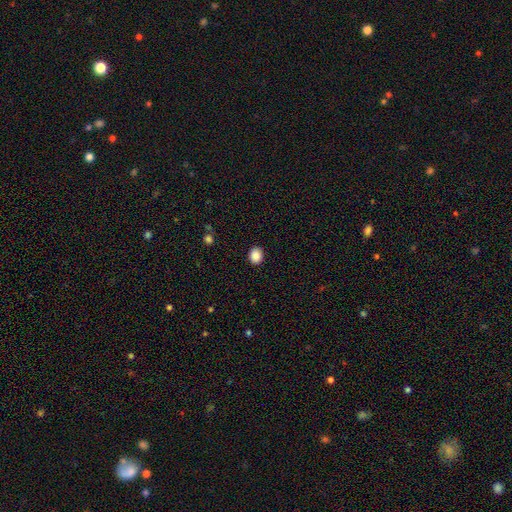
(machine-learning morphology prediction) A smooth galaxy with no disk features (88%) that is round (54%).

Vote fractions:
- Smooth or featured? smooth: 88% / star or artifact: 9% / featured or disk: 3%
- How rounded? round: 54% / in between: 45% / cigar-shaped: 1%
- Merging? none: 90% / minor disturbance: 7% / major disturbance: 2% / merger: 1%